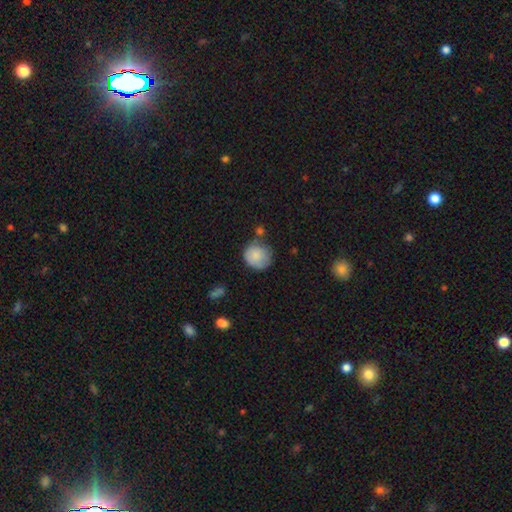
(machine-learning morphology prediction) This is clearly a smooth galaxy (82%). How rounded: clearly round (85%). Merging: possibly none (57%).